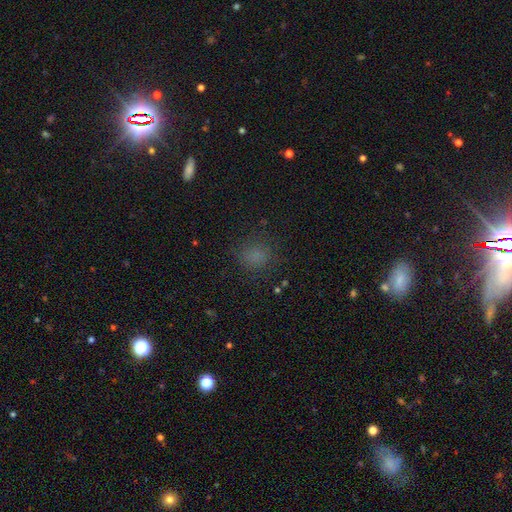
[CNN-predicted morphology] This is likely a smooth galaxy (76%). How rounded: likely round (70%). Merging: likely none (79%).